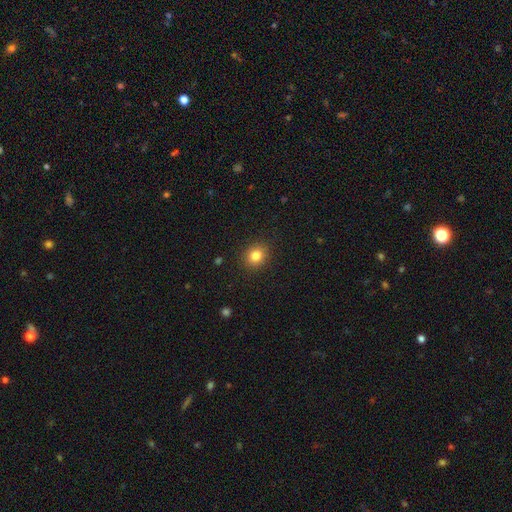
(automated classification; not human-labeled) Smooth or featured: smooth — 83% (star or artifact — 11%)
How rounded: round — 72% (in between — 27%)
Merging: none — 89% (minor disturbance — 7%)